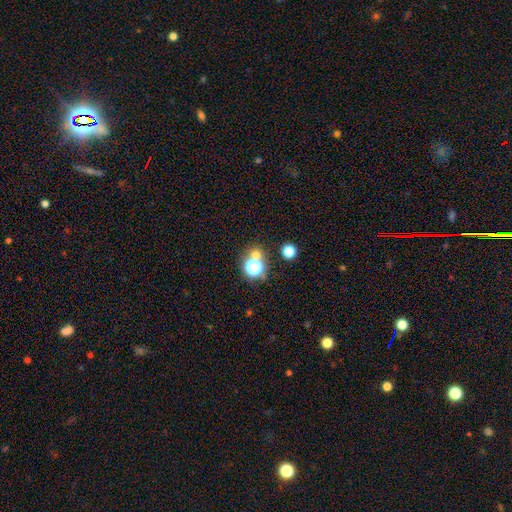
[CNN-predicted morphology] Smooth or featured: smooth — 55% (star or artifact — 36%)
How rounded: round — 86% (in between — 13%)
Merging: none — 63% (merger — 26%)